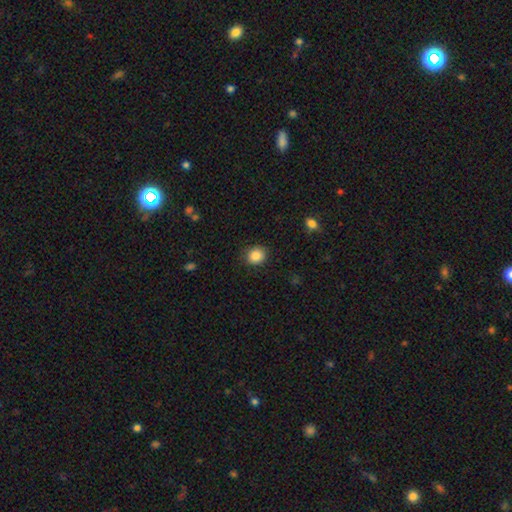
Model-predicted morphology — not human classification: This appears to be a smooth galaxy with no disk features (87%) that is round (72%). Merging: none (87%).